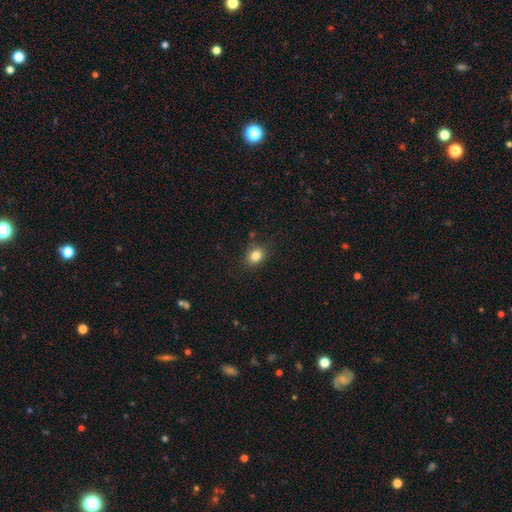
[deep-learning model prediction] The model was most divided on "how rounded": round: 52%, in between: 47%, cigar-shaped: 1%. More confident: smooth or featured — smooth (83%); merging — none (82%).